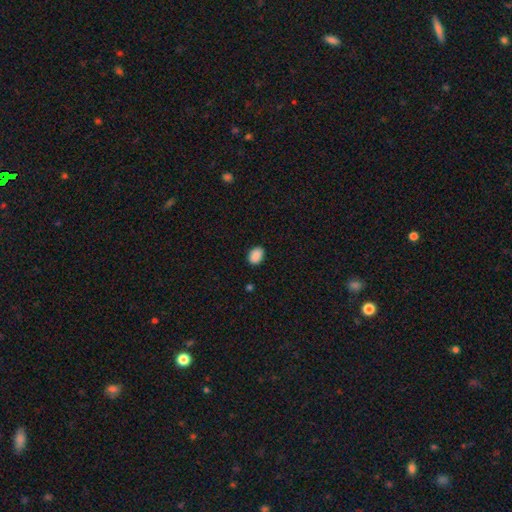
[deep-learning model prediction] Smooth or featured? smooth (89%)
How rounded? in between (77%)
Merging? none (88%)